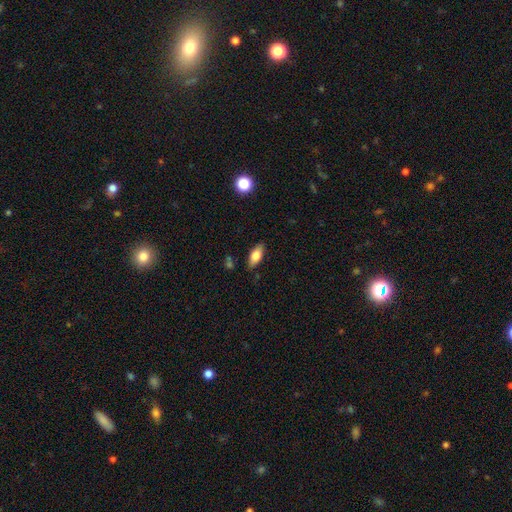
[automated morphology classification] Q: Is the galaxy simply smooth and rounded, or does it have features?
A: smooth — 74%.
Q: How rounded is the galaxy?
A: in between — 82%.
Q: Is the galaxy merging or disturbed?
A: none — 84%.